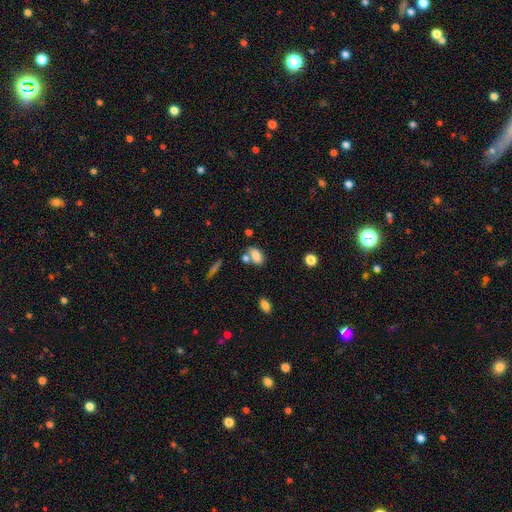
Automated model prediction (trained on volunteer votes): Overall: smooth (80%). How rounded: in between (89%). Merging: none (52%; merger 26%).